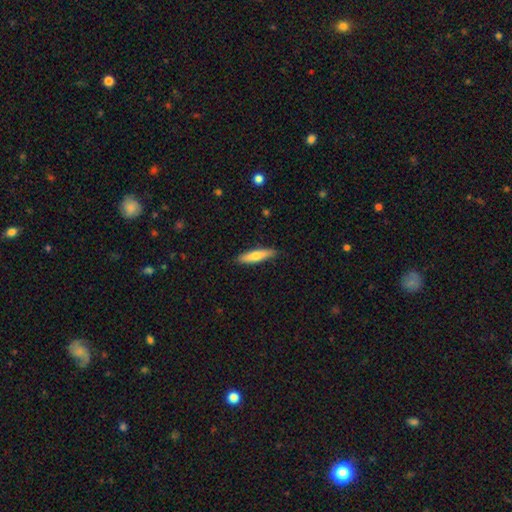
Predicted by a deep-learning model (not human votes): Smooth or featured: smooth — 70% (featured or disk — 25%)
How rounded: cigar-shaped — 79% (in between — 19%)
Merging: none — 89% (minor disturbance — 8%)